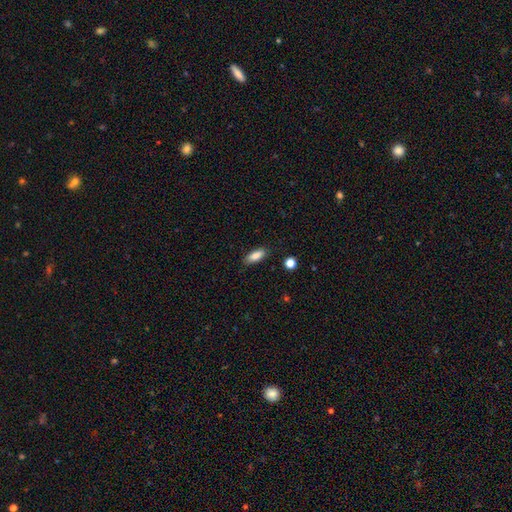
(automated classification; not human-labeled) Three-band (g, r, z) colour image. It shows a smooth galaxy with no disk features (86%) that is in between round and cigar-shaped (77%). Merging: none (84%).